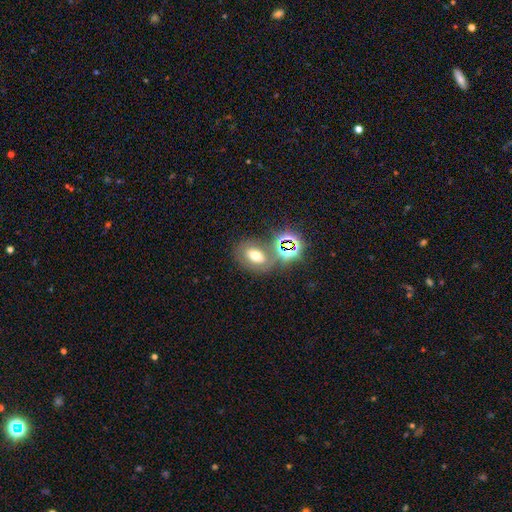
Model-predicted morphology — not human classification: smooth-or-featured: smooth: 51% | star or artifact: 28% | featured or disk: 21%
  how-rounded: in between: 73% | round: 25% | cigar-shaped: 2%
  merging: none: 63% | merger: 17% | minor disturbance: 13% | major disturbance: 7%